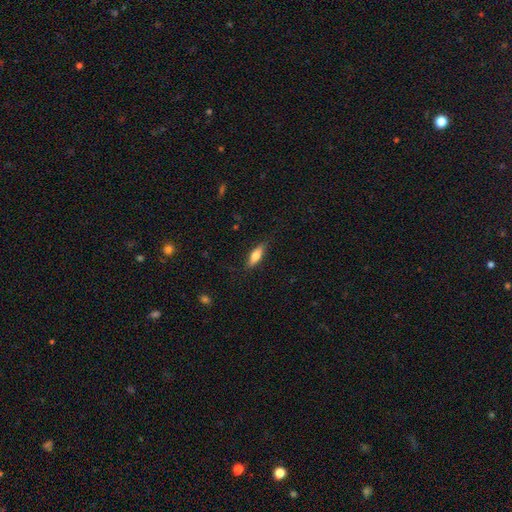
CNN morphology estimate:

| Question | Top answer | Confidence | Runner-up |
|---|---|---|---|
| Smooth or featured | smooth | 71% | featured or disk (22%) |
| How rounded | in between | 53% | cigar-shaped (44%) |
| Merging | none | 83% | minor disturbance (13%) |